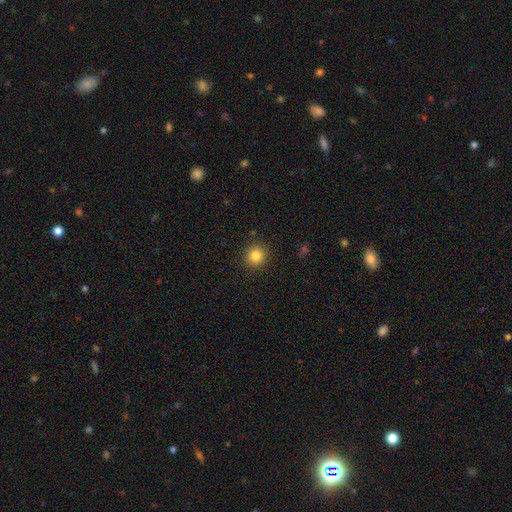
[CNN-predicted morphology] Smooth or featured: smooth — 84% (star or artifact — 11%)
How rounded: round — 92% (in between — 7%)
Merging: none — 91% (minor disturbance — 6%)